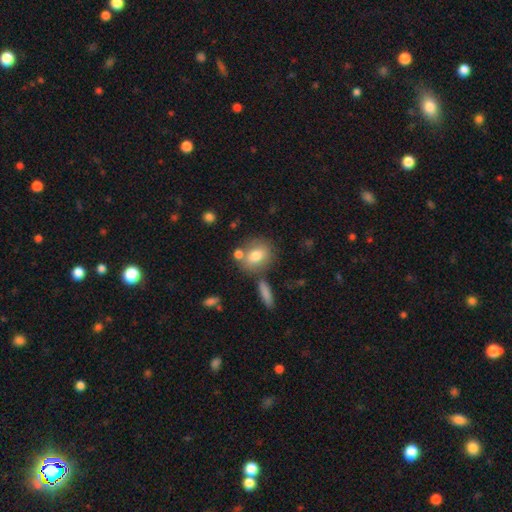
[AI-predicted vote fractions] A smooth galaxy with no disk features (74%) that is in between round and cigar-shaped (52%).

Vote fractions:
- Smooth or featured? smooth: 74% / featured or disk: 17% / star or artifact: 9%
- How rounded? in between: 52% / round: 46% / cigar-shaped: 2%
- Merging? none: 64% / merger: 17% / minor disturbance: 14% / major disturbance: 5%